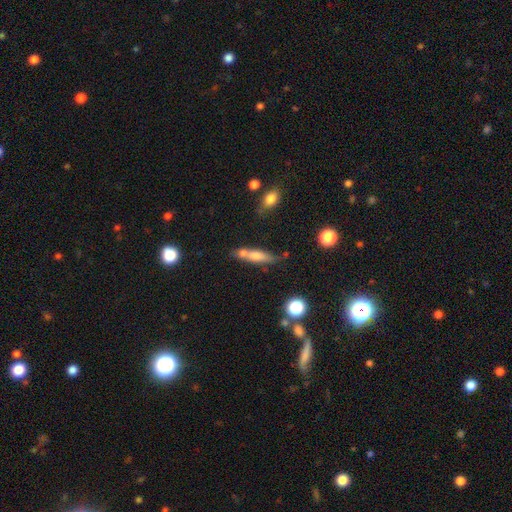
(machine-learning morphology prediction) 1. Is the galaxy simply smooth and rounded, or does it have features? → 63% smooth, 28% featured or disk, 9% star or artifact.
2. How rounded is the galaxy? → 69% cigar-shaped, 28% in between, 3% round.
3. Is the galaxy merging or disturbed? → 52% none, 26% merger, 17% minor disturbance, 6% major disturbance.